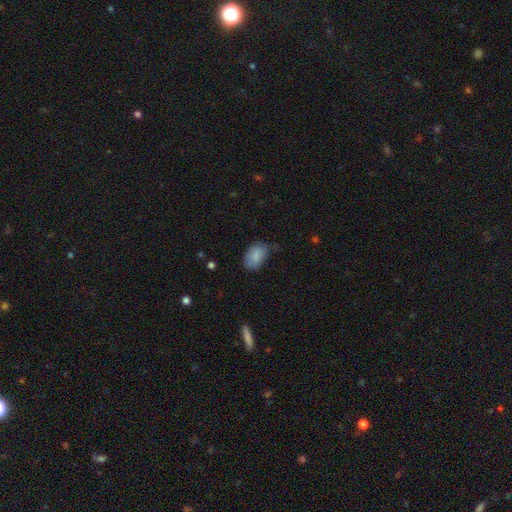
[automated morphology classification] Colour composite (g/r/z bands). It shows a smooth galaxy with no disk features (85%) that is in between round and cigar-shaped (90%). Merging: none (65%).